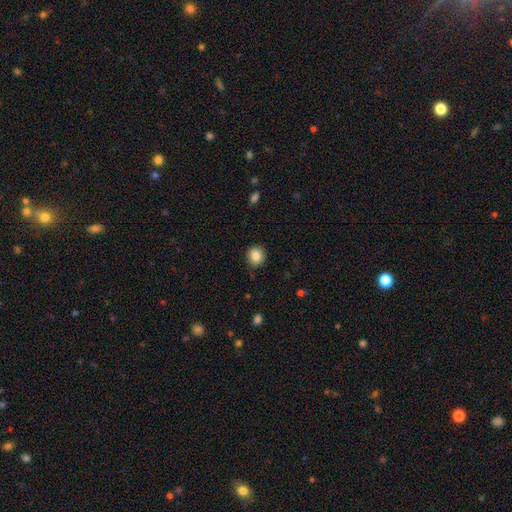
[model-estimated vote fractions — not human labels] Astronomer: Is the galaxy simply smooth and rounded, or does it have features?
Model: smooth — 85%.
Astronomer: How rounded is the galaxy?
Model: round — 81%.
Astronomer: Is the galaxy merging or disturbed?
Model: none — 87%.